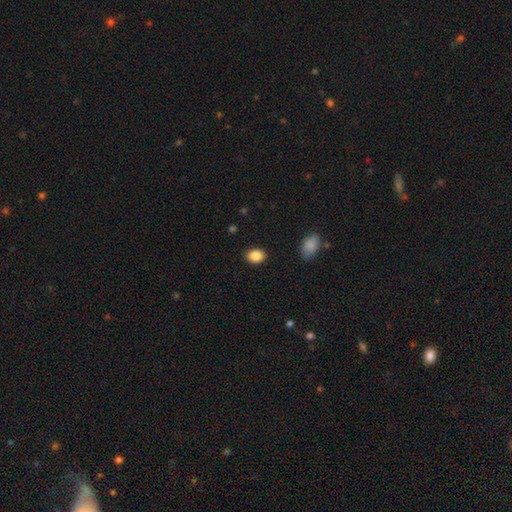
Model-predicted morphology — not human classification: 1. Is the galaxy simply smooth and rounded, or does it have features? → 87% smooth, 9% star or artifact, 5% featured or disk.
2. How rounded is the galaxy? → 66% in between, 33% round, 1% cigar-shaped.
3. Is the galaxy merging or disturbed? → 88% none, 9% minor disturbance, 2% major disturbance, 1% merger.